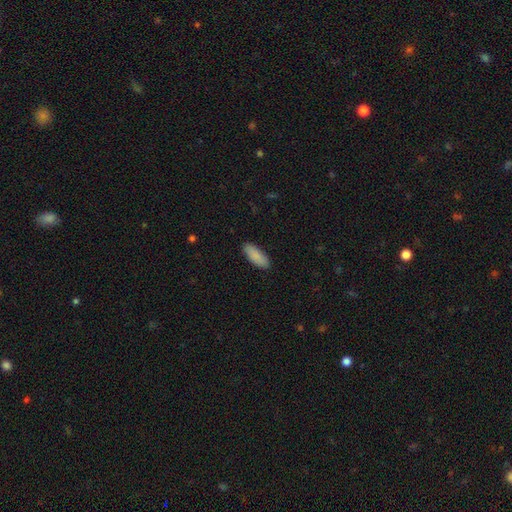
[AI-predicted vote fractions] smooth-or-featured: smooth: 89% | star or artifact: 6% | featured or disk: 5%
  how-rounded: in between: 73% | cigar-shaped: 25% | round: 2%
  merging: none: 88% | minor disturbance: 9% | major disturbance: 2% | merger: 1%